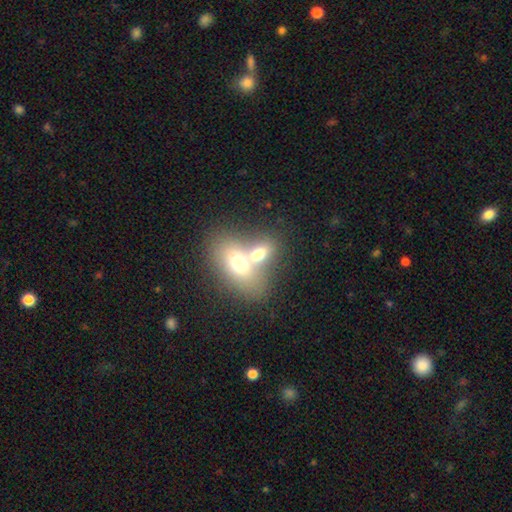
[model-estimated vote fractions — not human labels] Morphology: type=smooth (65%); roundness=in between (80%); merging=merger (68%).